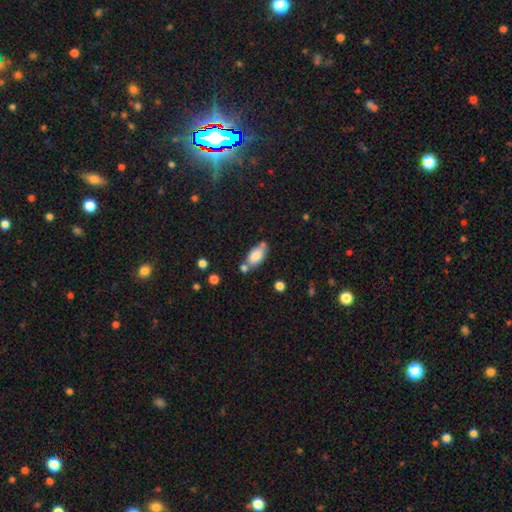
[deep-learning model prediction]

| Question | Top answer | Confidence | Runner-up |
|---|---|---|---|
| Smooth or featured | smooth | 79% | featured or disk (13%) |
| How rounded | in between | 90% | cigar-shaped (6%) |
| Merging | none | 58% | merger (20%) |